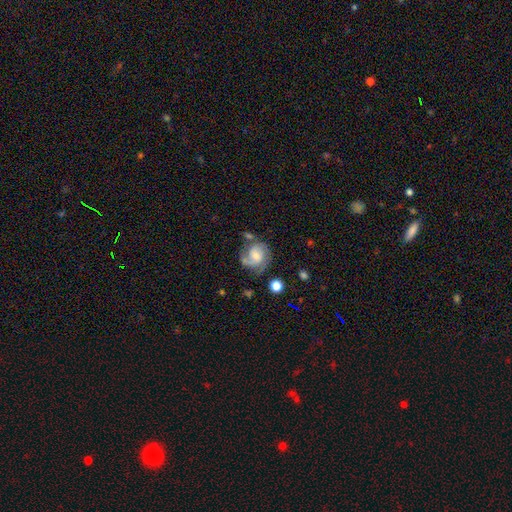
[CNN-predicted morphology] Smooth or featured?
  - featured or disk: 76% *
  - smooth: 17%
  - star or artifact: 7%
Edge-on disk?
  - no: 98% *
  - yes: 2%
Bar?
  - no: 56% *
  - weak: 37%
  - strong: 7%
Spiral arms?
  - yes: 94% *
  - no: 6%
Spiral winding?
  - medium: 43% * (tied)
  - tight: 43% * (tied)
  - loose: 14%
Spiral arm count?
  - 2: 62% *
  - can't tell: 12%
  - 3: 12%
  - 1: 10%
  - 4: 2%
  - more than 4: 2%
Bulge size?
  - moderate: 44% *
  - small: 40%
  - large: 7%
  - none: 7%
  - dominant: 2%
Merging?
  - none: 60% *
  - minor disturbance: 21%
  - major disturbance: 12%
  - merger: 7%